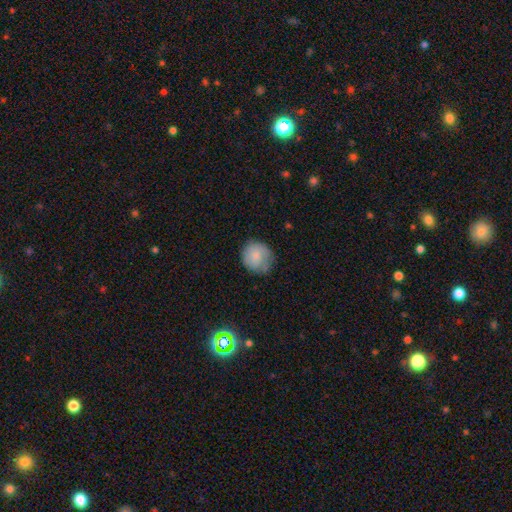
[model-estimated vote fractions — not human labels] Q: Smooth or featured?
A: smooth (75%); runner-up: featured or disk (18%)
Q: How rounded?
A: round (82%); runner-up: in between (17%)
Q: Merging?
A: none (64%); runner-up: minor disturbance (27%)